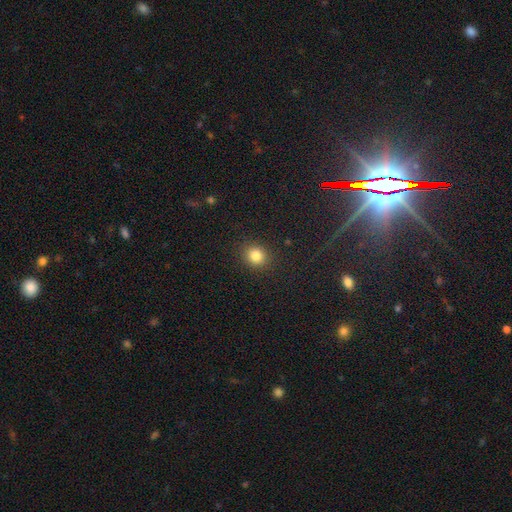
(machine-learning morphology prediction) Smooth or featured: smooth — 83% (star or artifact — 12%)
How rounded: round — 82% (in between — 17%)
Merging: none — 89% (minor disturbance — 7%)